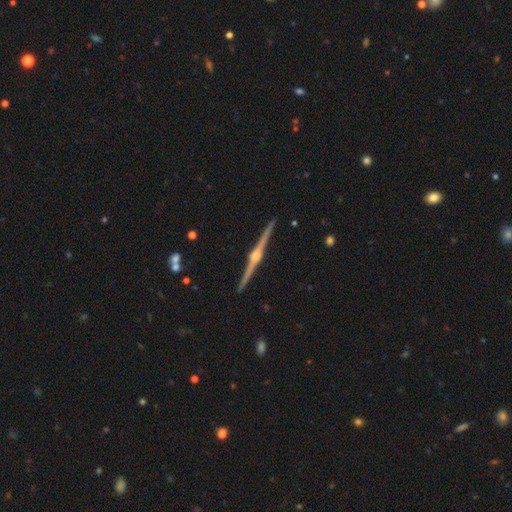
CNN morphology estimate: featured or disk 91%, smooth 5%, star or artifact 4%. Down the decision tree: edge-on disk — yes (99%); edge-on bulge — rounded (93%); merging — none (93%).